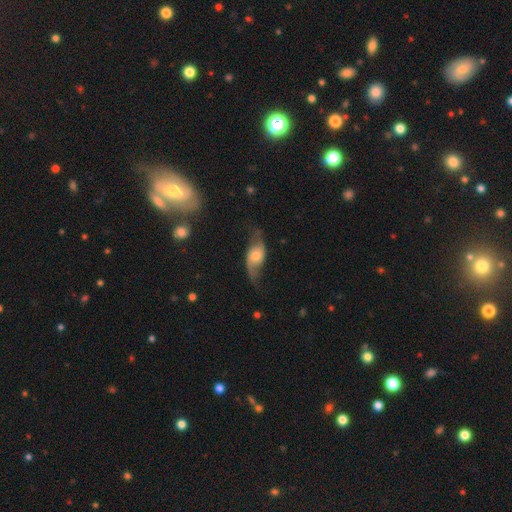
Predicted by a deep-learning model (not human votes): featured or disk 67%, smooth 26%, star or artifact 7%. Down the decision tree: edge-on disk — no (89%); bar — no (66%); spiral arms — yes (88%); spiral arm count — 2 (87%); spiral winding — loose (77%); bulge size — moderate (52%); merging — none (55%).